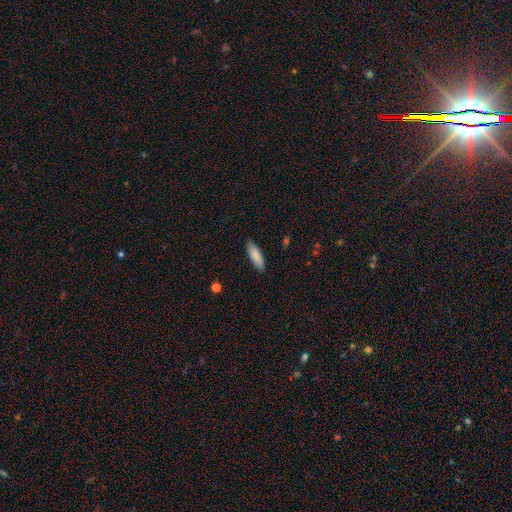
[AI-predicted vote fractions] Smooth or featured? Predicted: smooth (p=0.87). How rounded? Predicted: in between (p=0.51). Merging? Predicted: none (p=0.89).